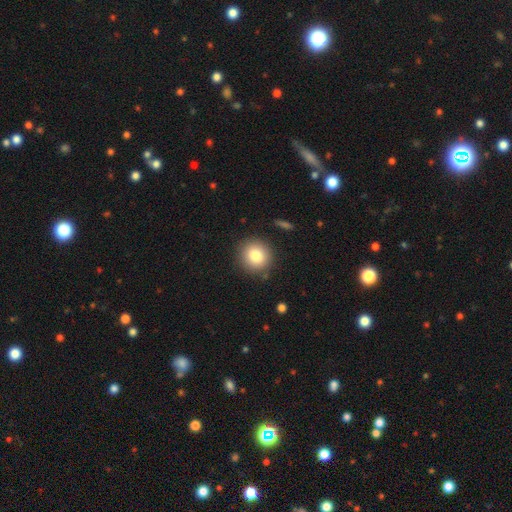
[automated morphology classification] This appears to be a smooth galaxy with no disk features (82%) that is round (89%). Merging: none (88%).